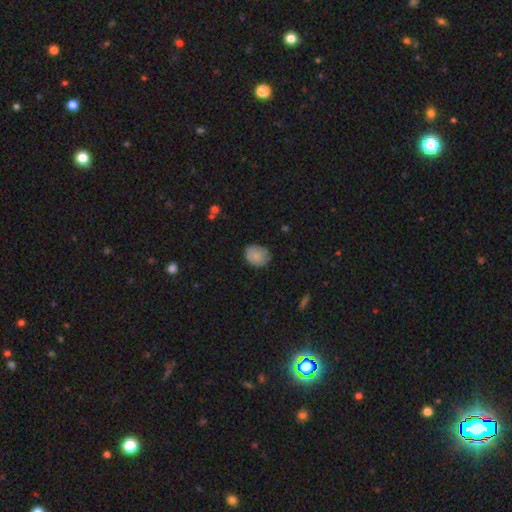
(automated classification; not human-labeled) Smooth or featured? smooth (81%)
How rounded? round (56%)
Merging? none (74%)